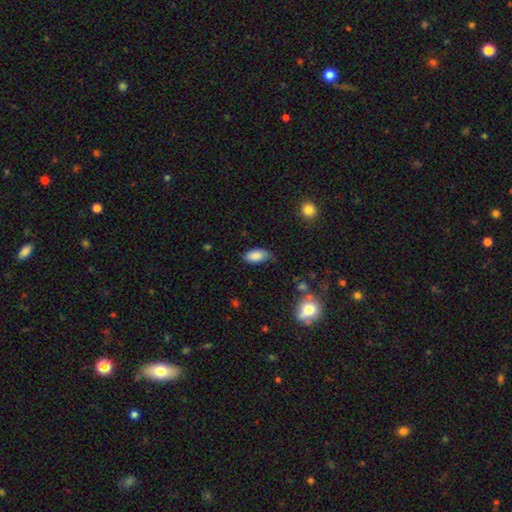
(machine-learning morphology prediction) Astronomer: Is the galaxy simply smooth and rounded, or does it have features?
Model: smooth — 86%.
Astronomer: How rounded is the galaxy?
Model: in between — 93%.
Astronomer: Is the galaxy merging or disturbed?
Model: none — 74%.